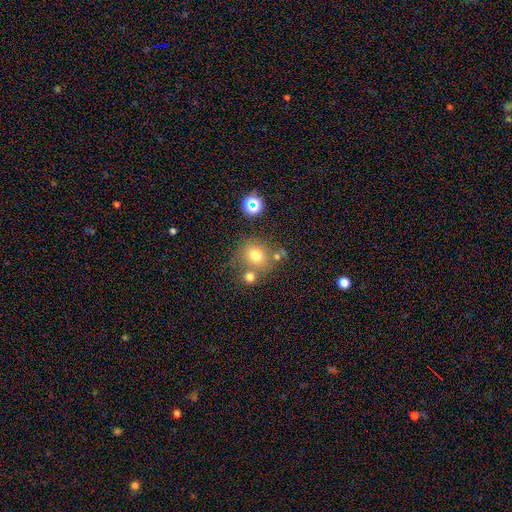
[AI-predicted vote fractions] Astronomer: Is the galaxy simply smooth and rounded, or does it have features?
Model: smooth — 71%.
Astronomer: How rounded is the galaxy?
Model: round — 83%.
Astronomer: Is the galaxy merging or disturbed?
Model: none — 63%.